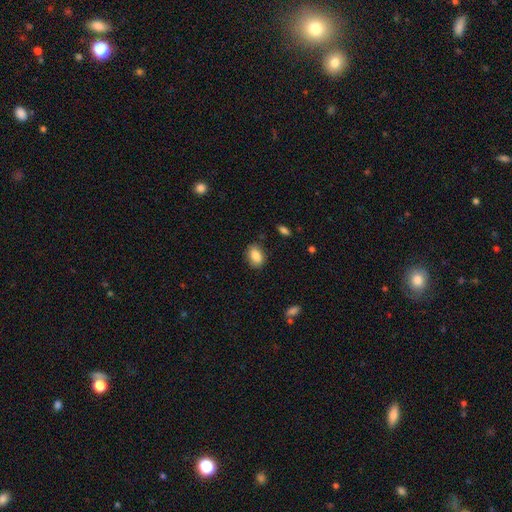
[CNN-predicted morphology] This is clearly a smooth galaxy (86%). How rounded: clearly in between (84%). Merging: clearly none (82%).